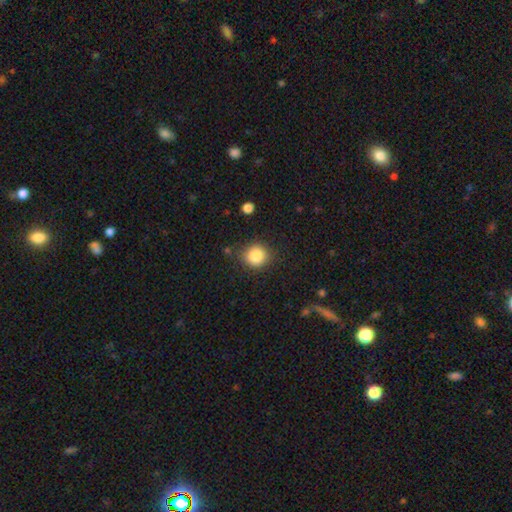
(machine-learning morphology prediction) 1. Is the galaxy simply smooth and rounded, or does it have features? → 85% smooth, 10% star or artifact, 5% featured or disk.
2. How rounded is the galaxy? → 86% round, 13% in between, 1% cigar-shaped.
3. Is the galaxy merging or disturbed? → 83% none, 12% minor disturbance, 3% major disturbance, 2% merger.